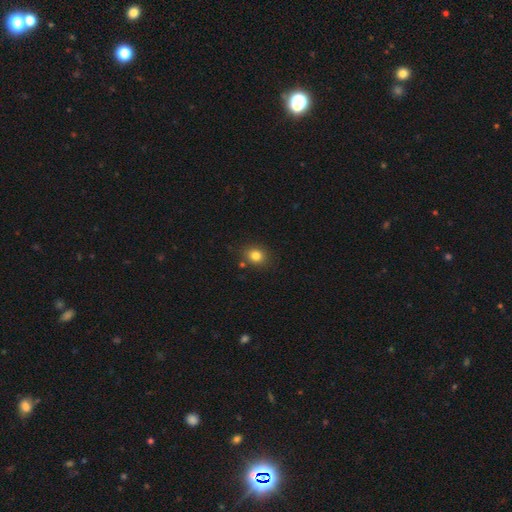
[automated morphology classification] A smooth galaxy with no disk features (82%) that is round (66%).

Vote fractions:
- Smooth or featured? smooth: 82% / star or artifact: 12% / featured or disk: 6%
- How rounded? round: 66% / in between: 34% / cigar-shaped: 1%
- Merging? none: 83% / minor disturbance: 10% / merger: 4% / major disturbance: 3%